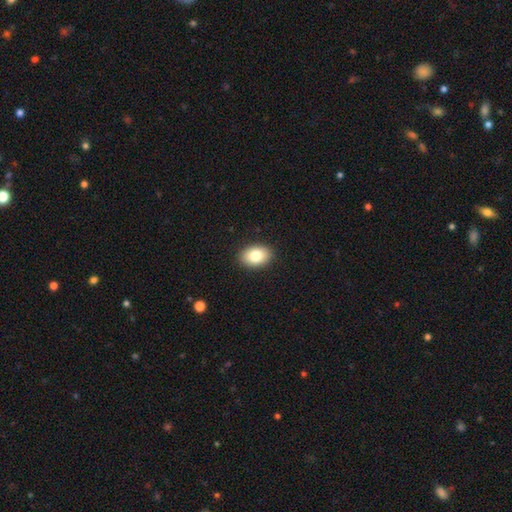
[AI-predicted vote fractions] A smooth galaxy with no disk features (82%) that is in between round and cigar-shaped (83%). Merging: none (90%).